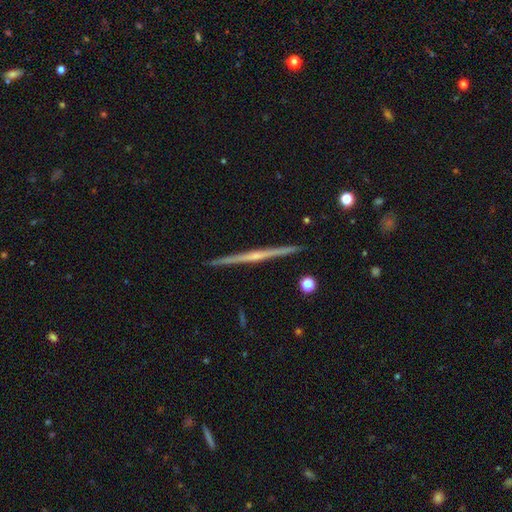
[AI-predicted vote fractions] smooth-or-featured: featured or disk: 79% | smooth: 15% | star or artifact: 6%
  disk-edge-on: yes: 99% | no: 1%
    edge-on-bulge: rounded: 57% | none: 35% | boxy: 8%
  merging: none: 93% | minor disturbance: 5% | merger: 1% | major disturbance: 1%